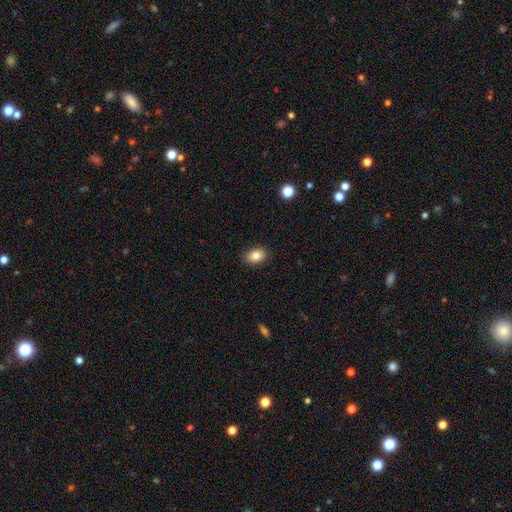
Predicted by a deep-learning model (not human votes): Smooth or featured?
  - smooth: 84% *
  - star or artifact: 9%
  - featured or disk: 8%
How rounded?
  - in between: 78% *
  - round: 20%
  - cigar-shaped: 1%
Merging?
  - none: 89% *
  - minor disturbance: 8%
  - major disturbance: 2%
  - merger: 1%